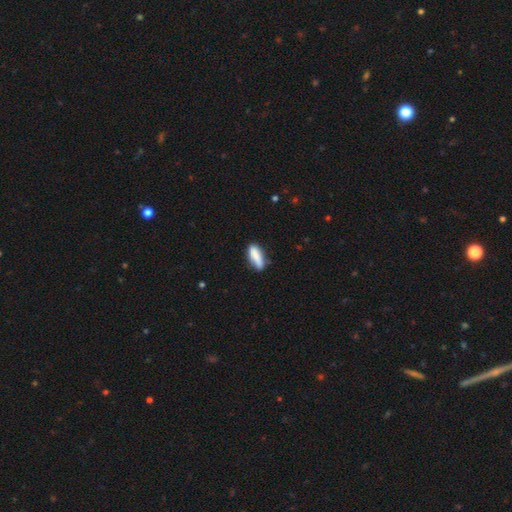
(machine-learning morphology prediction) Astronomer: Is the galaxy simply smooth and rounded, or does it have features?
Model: smooth — 83%.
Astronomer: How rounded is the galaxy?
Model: in between — 54% (runner-up: cigar-shaped, 44%).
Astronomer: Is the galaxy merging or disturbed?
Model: none — 72%.